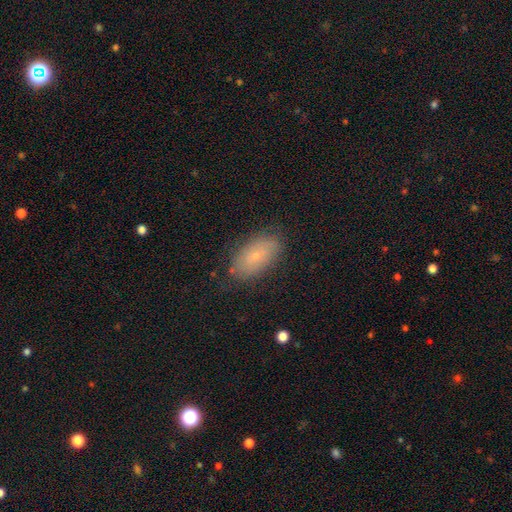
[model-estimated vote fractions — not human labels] Morphology: type=smooth (63%); roundness=in between (92%); merging=none (81%).